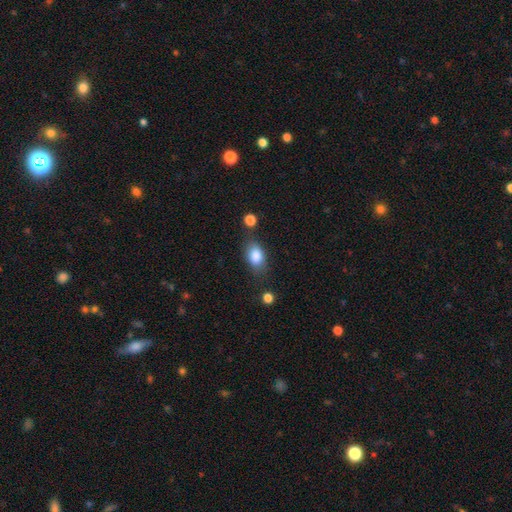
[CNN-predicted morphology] Smooth or featured? smooth (85%)
How rounded? in between (84%)
Merging? none (70%)